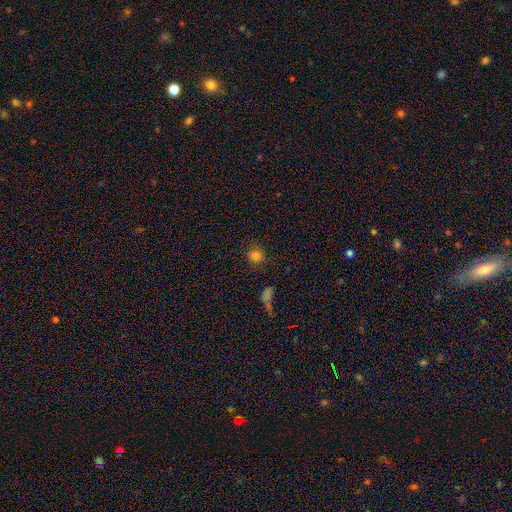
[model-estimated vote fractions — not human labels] Smooth or featured: smooth — 77% (star or artifact — 17%)
How rounded: round — 89% (in between — 9%)
Merging: none — 77% (minor disturbance — 10%)